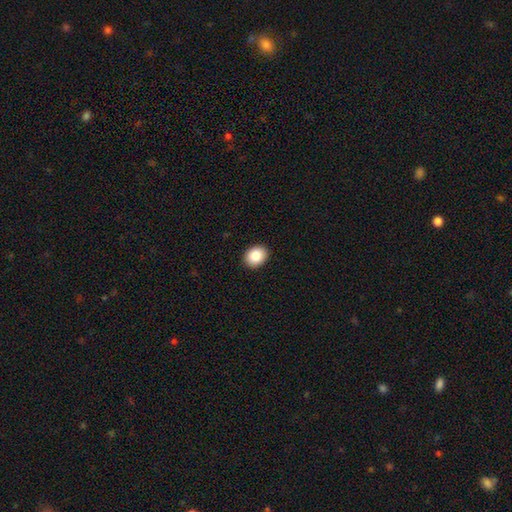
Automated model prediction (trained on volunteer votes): A smooth galaxy with no disk features (86%) that is in between round and cigar-shaped (52%).

Vote fractions:
- Smooth or featured? smooth: 86% / star or artifact: 8% / featured or disk: 5%
- How rounded? in between: 52% / round: 48% / cigar-shaped: 1%
- Merging? none: 92% / minor disturbance: 6% / major disturbance: 2% / merger: 1%